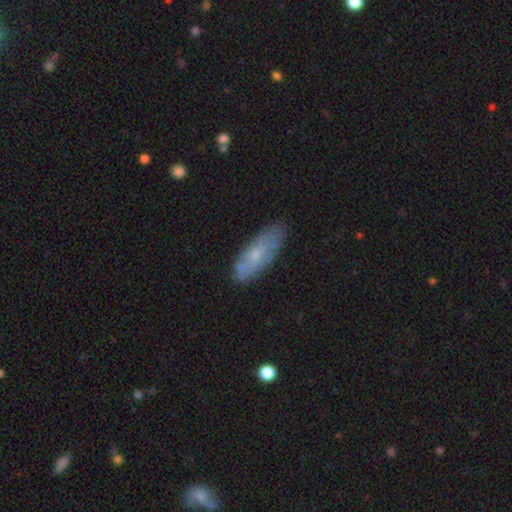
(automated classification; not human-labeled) Smooth or featured?
  - smooth: 55% *
  - featured or disk: 38%
  - star or artifact: 7%
How rounded?
  - in between: 66% *
  - cigar-shaped: 32%
  - round: 2%
Merging?
  - none: 74% *
  - minor disturbance: 20%
  - major disturbance: 4%
  - merger: 2%